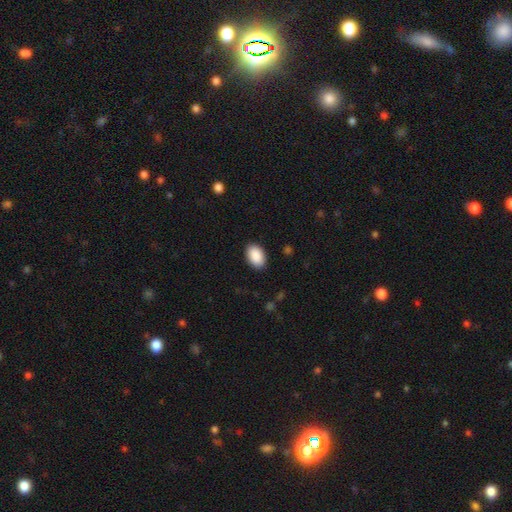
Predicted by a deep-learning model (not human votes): A smooth galaxy with no disk features (91%) that is in between round and cigar-shaped (91%).

Vote fractions:
- Smooth or featured? smooth: 91% / star or artifact: 6% / featured or disk: 3%
- How rounded? in between: 91% / round: 8% / cigar-shaped: 1%
- Merging? none: 89% / minor disturbance: 8% / major disturbance: 2% / merger: 1%